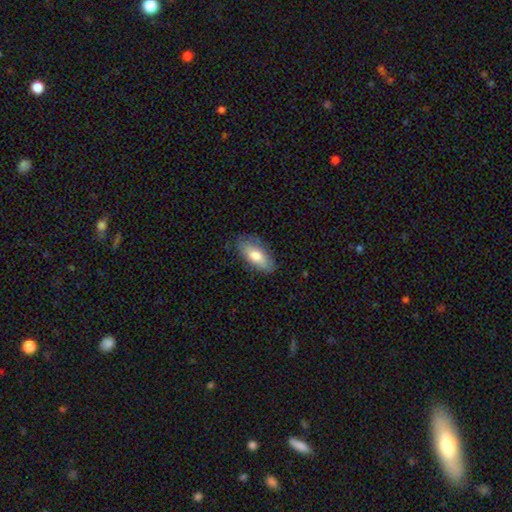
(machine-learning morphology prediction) smooth_or_featured: smooth (p=0.74) [alt: featured or disk p=0.19]
how_rounded: in between (p=0.85) [alt: cigar-shaped p=0.12]
merging: none (p=0.81) [alt: minor disturbance p=0.15]